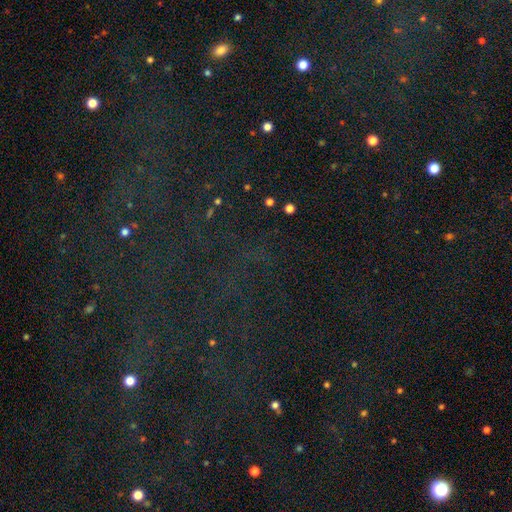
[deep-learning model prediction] This appears to be a star or artifact, not a galaxy (82%).